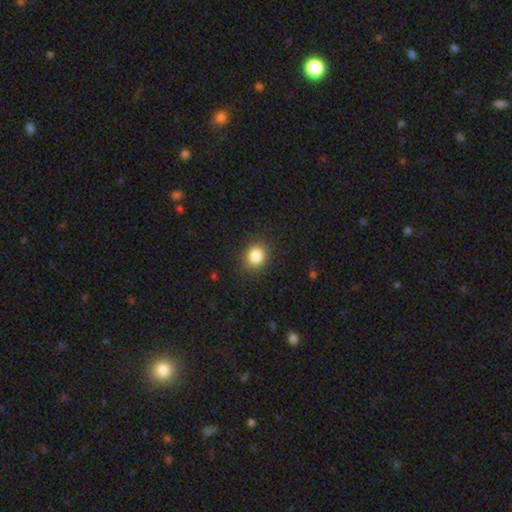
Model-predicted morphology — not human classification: A smooth galaxy with no disk features (85%) that is round (70%).

Vote fractions:
- Smooth or featured? smooth: 85% / star or artifact: 10% / featured or disk: 5%
- How rounded? round: 70% / in between: 29% / cigar-shaped: 1%
- Merging? none: 88% / minor disturbance: 9% / major disturbance: 3% / merger: 1%